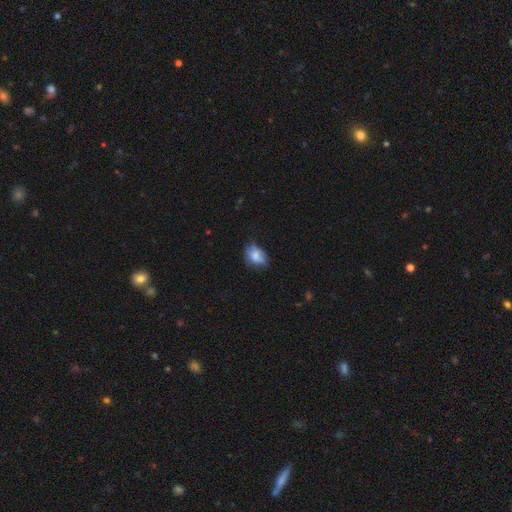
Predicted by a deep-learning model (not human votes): smooth 75%, featured or disk 16%, star or artifact 9%. Down the decision tree: how rounded — in between (78%); merging — none (48%).